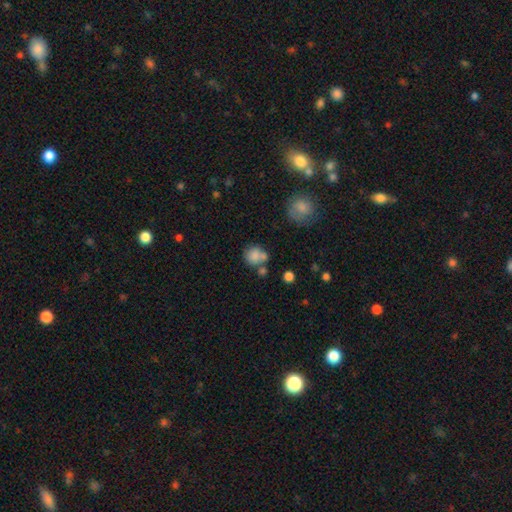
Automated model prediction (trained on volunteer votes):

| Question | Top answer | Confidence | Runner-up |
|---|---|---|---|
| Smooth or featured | smooth | 78% | featured or disk (12%) |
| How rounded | round | 78% | in between (21%) |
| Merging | none | 48% | merger (29%) |